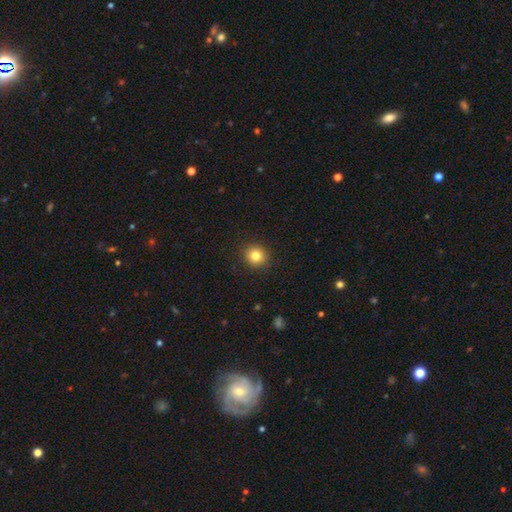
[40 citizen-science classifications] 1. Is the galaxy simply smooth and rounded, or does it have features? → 85% smooth, 10% star or artifact, 5% featured or disk.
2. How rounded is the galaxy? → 97% round, 3% in between, 0% cigar-shaped.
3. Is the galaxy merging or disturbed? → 97% none, 3% minor disturbance, 0% major disturbance, 0% merger.